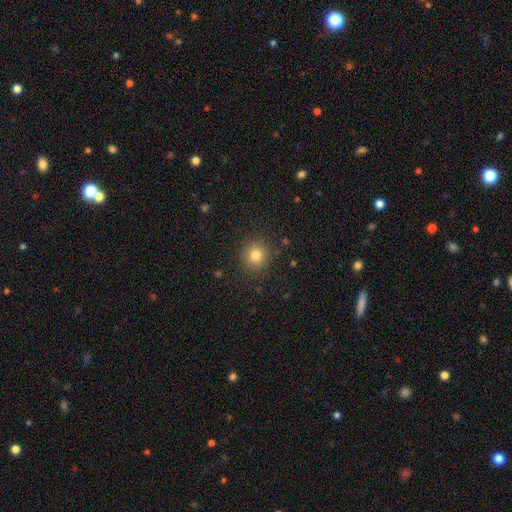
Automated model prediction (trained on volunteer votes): This is clearly a smooth galaxy (81%). How rounded: clearly round (84%). Merging: clearly none (89%).